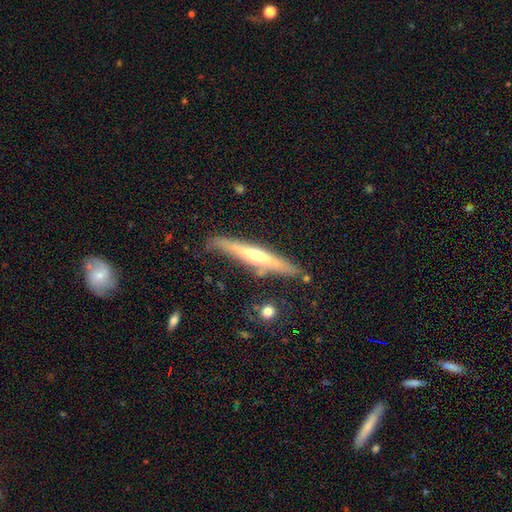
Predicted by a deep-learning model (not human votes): featured or disk 61%, smooth 33%, star or artifact 6%. Down the decision tree: edge-on disk — yes (93%); edge-on bulge — rounded (75%); merging — none (78%).